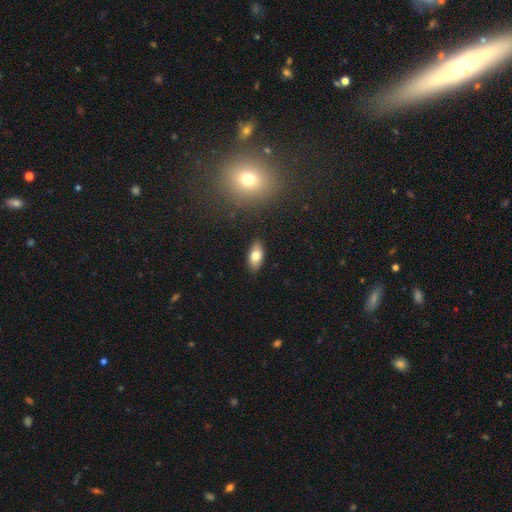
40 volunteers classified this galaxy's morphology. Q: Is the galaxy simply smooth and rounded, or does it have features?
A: smooth — 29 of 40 (72%).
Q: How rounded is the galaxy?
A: in between — 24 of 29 (83%).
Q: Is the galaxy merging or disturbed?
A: none — 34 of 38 (89%).